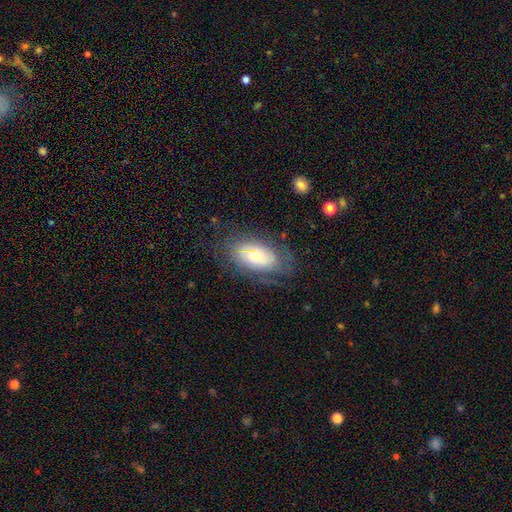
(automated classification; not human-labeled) Q: Smooth or featured?
A: featured or disk (56%); runner-up: smooth (36%)
Q: Edge-on disk?
A: no (90%); runner-up: yes (10%)
Q: Bar?
A: no (71%); runner-up: weak (23%)
Q: Spiral arms?
A: yes (69%); runner-up: no (31%)
Q: Bulge size?
A: small (53%); runner-up: moderate (38%)
Q: Merging?
A: none (68%); runner-up: minor disturbance (20%)